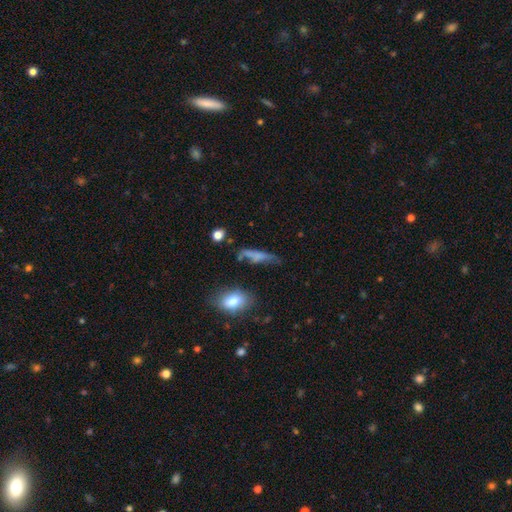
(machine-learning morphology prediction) A smooth galaxy with no disk features (60%) that is cigar-shaped (71%).

Vote fractions:
- Smooth or featured? smooth: 60% / featured or disk: 29% / star or artifact: 11%
- How rounded? cigar-shaped: 71% / in between: 25% / round: 5%
- Merging? none: 52% / minor disturbance: 28% / major disturbance: 13% / merger: 7%